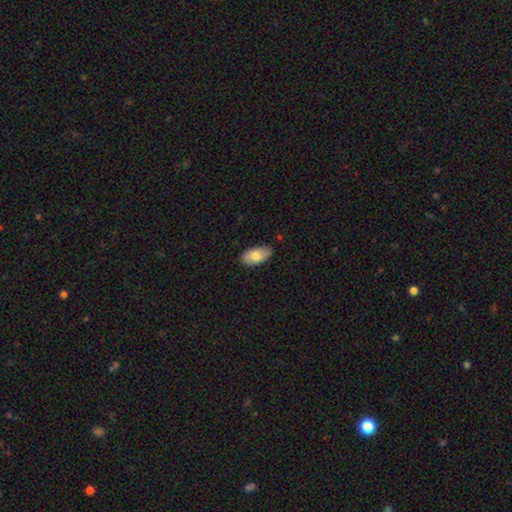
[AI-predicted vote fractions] A smooth galaxy with no disk features (81%) that is in between round and cigar-shaped (95%). Merging: none (82%).